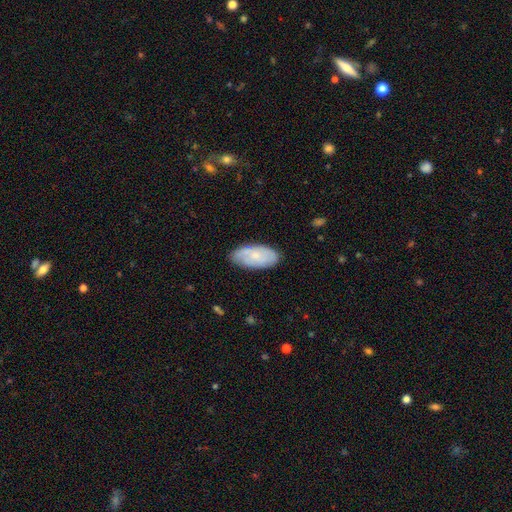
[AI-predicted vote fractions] Morphology: type=smooth (58%); roundness=in between (93%); merging=none (79%).